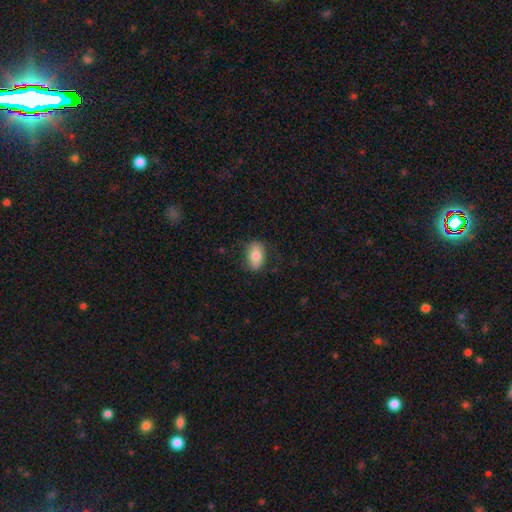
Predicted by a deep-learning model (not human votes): Morphology: type=smooth (73%); roundness=in between (86%); merging=none (77%).